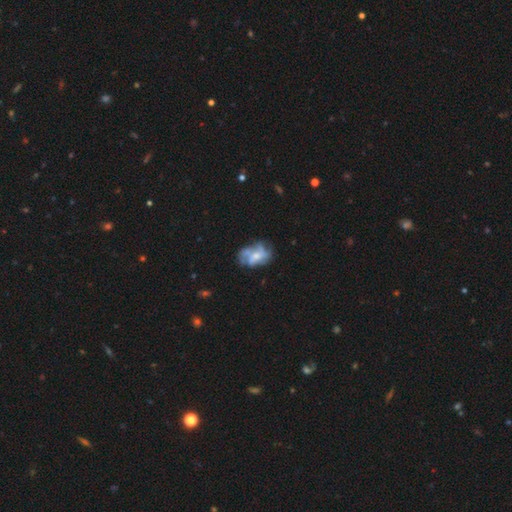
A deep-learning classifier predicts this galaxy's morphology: Smooth or featured? featured or disk (61%)
Edge-on disk? no (97%)
Bar? no (70%)
Spiral arms? no (52%)
Bulge size? moderate (41%)
Merging? none (47%)